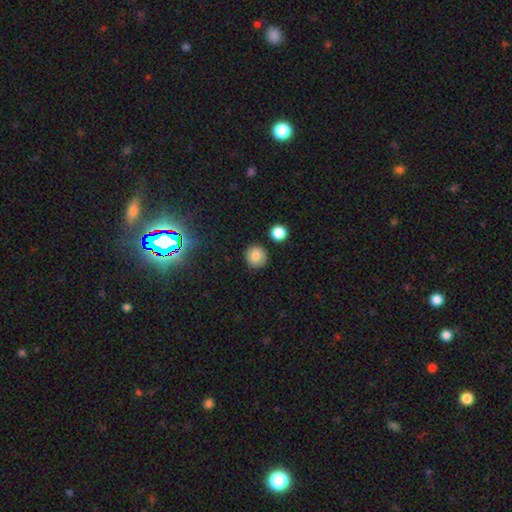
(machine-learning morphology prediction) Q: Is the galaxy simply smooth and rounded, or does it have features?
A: smooth — 82%.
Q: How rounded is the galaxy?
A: round — 92%.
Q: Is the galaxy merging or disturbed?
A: none — 88%.